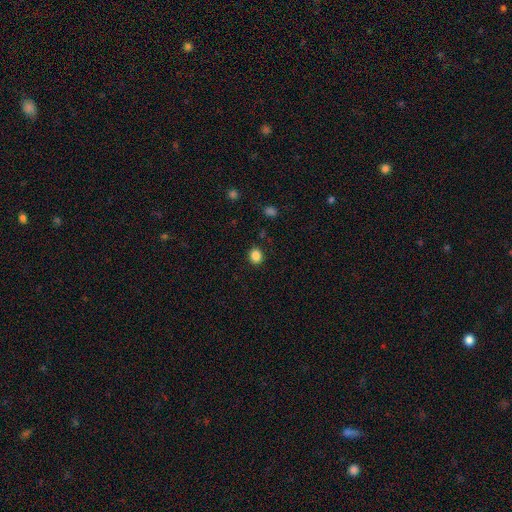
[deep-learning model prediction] smooth 86%, star or artifact 10%, featured or disk 4%. Down the decision tree: how rounded — round (73%); merging — none (89%).